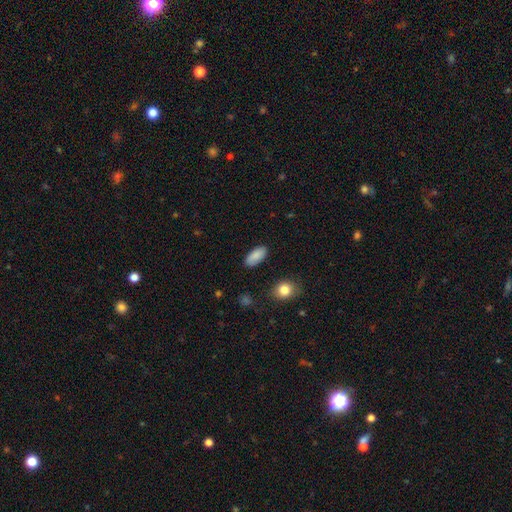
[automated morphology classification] type=smooth (88%); roundness=in between (90%); merging=none (87%).